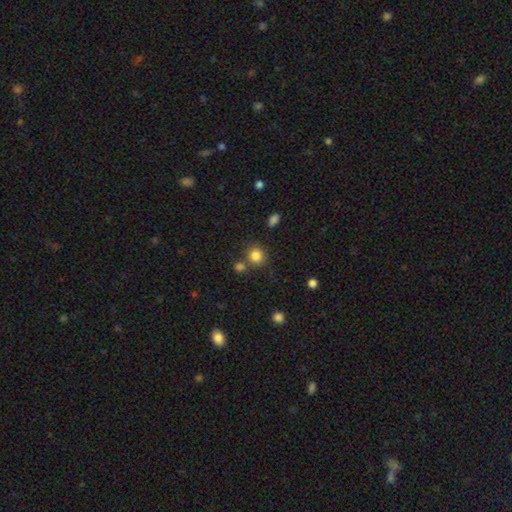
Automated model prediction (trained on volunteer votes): The model was most divided on "merging": none: 71%, merger: 16%, minor disturbance: 10%, major disturbance: 4%. More confident: how rounded — round (84%); smooth or featured — smooth (84%).